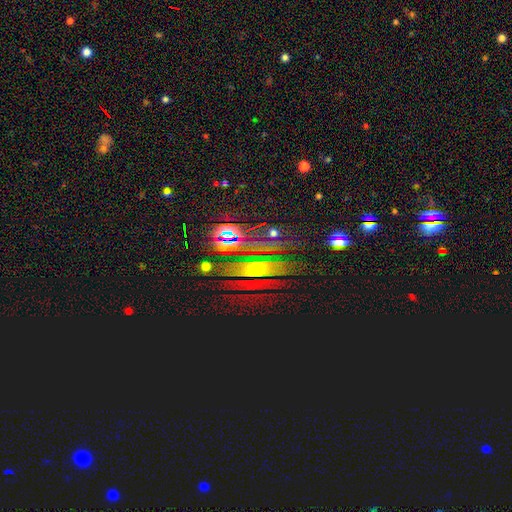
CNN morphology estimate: type=star or artifact (58%).